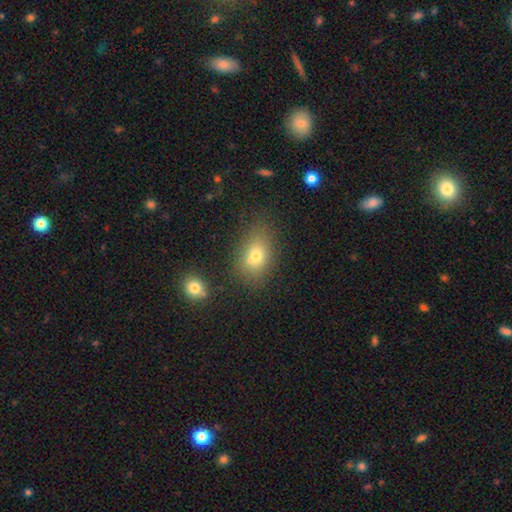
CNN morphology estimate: Smooth or featured? Predicted: smooth (p=0.70). How rounded? Predicted: in between (p=0.74). Merging? Predicted: none (p=0.63).